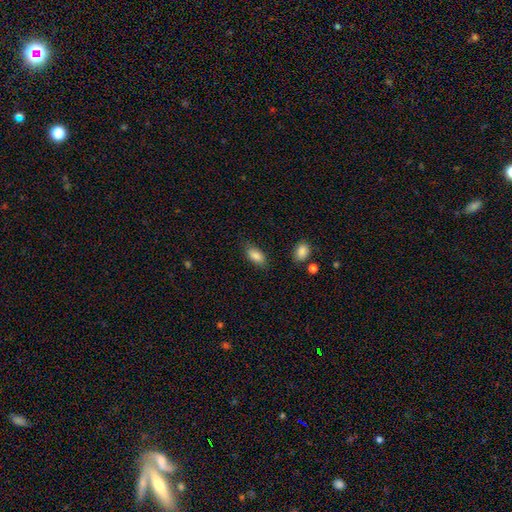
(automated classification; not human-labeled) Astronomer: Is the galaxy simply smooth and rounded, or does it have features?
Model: smooth — 86%.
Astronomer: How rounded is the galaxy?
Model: in between — 90%.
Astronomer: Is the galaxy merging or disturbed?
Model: none — 80%.